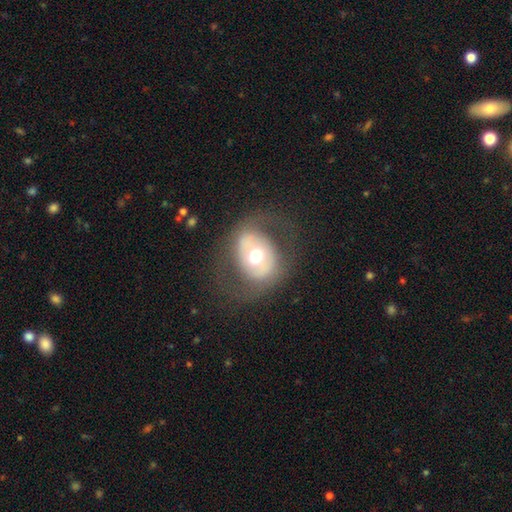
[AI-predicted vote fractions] Smooth or featured? featured or disk (53%)
Edge-on disk? no (94%)
Merging? none (70%)